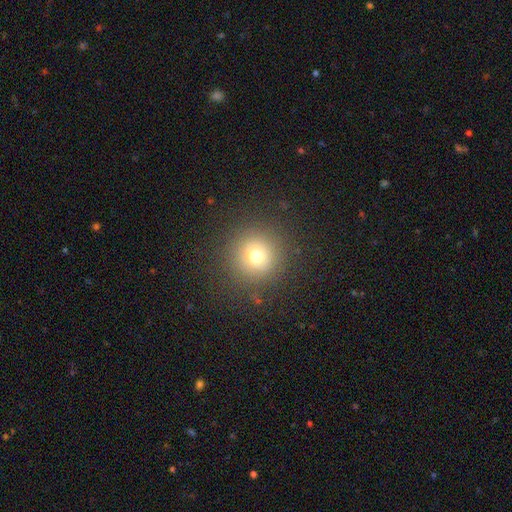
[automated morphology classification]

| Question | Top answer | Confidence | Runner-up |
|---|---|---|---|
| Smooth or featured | smooth | 70% | star or artifact (18%) |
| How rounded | round | 95% | in between (4%) |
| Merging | none | 87% | minor disturbance (7%) |